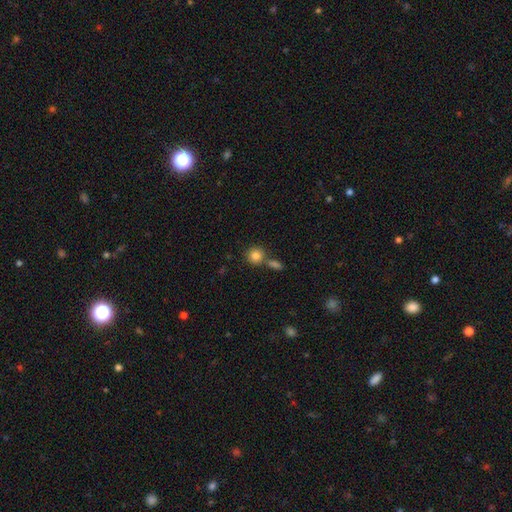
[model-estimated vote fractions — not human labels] Morphology: type=smooth (84%); roundness=round (87%); merging=none (60%).